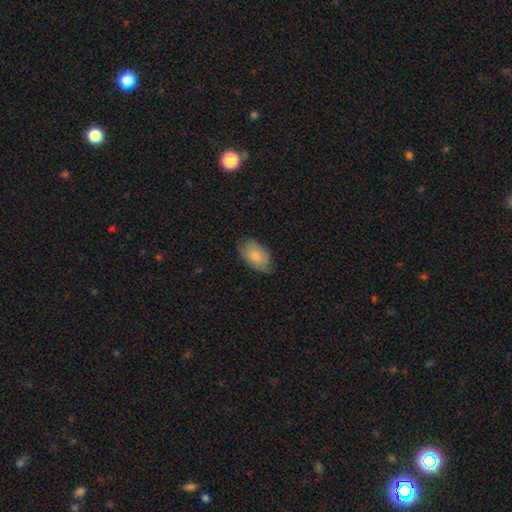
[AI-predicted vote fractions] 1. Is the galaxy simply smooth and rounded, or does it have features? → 78% smooth, 16% featured or disk, 6% star or artifact.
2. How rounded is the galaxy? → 92% in between, 7% round, 1% cigar-shaped.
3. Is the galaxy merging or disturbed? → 75% none, 21% minor disturbance, 4% major disturbance, 1% merger.